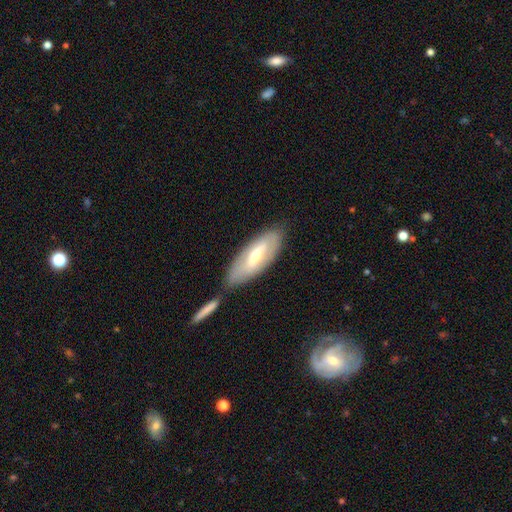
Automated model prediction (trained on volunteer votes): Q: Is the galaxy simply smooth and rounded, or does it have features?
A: featured or disk — 51%.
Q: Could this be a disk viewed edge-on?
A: no — 75%.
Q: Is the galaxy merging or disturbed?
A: none — 65%.